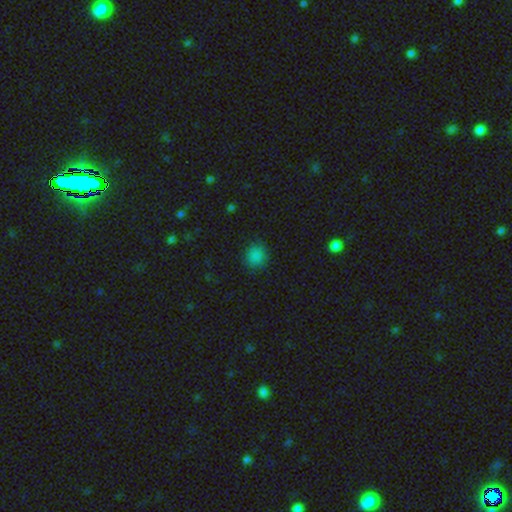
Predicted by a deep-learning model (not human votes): smooth_or_featured: smooth (p=0.83) [alt: star or artifact p=0.14]
how_rounded: round (p=0.86) [alt: in between p=0.13]
merging: none (p=0.87) [alt: minor disturbance p=0.10]